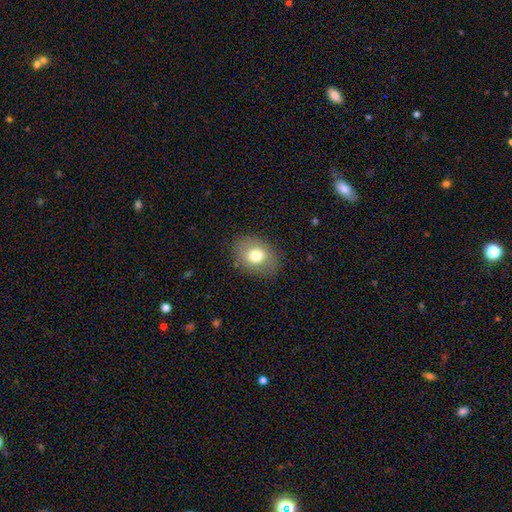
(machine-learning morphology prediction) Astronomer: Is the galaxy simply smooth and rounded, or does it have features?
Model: smooth — 73%.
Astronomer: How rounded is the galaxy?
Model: in between — 59% (runner-up: round, 40%).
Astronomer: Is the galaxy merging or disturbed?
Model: none — 83%.